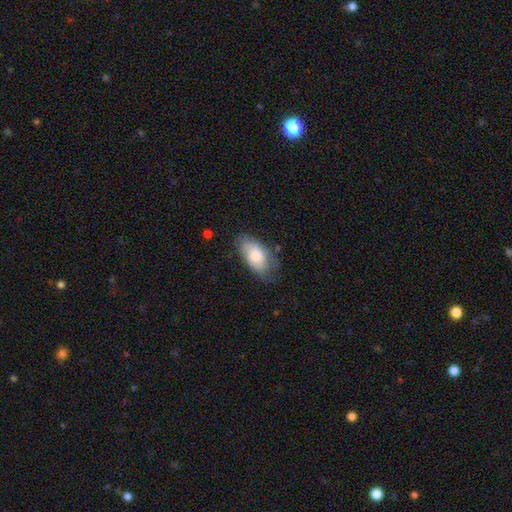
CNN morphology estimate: Smooth or featured? Predicted: smooth (p=0.74). How rounded? Predicted: in between (p=0.93). Merging? Predicted: none (p=0.61).